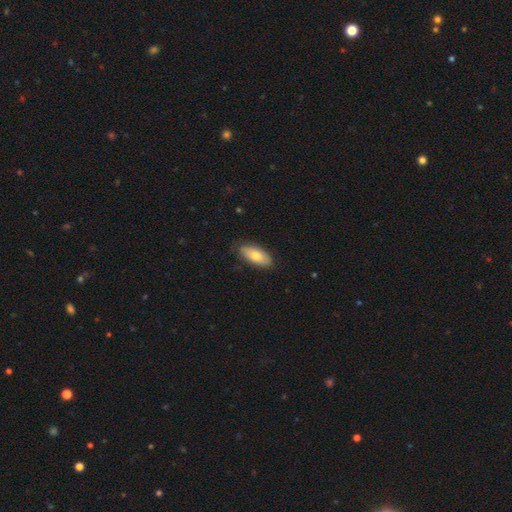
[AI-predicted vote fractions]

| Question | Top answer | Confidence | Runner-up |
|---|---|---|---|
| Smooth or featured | smooth | 71% | featured or disk (23%) |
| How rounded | in between | 85% | cigar-shaped (13%) |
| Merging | none | 83% | minor disturbance (14%) |